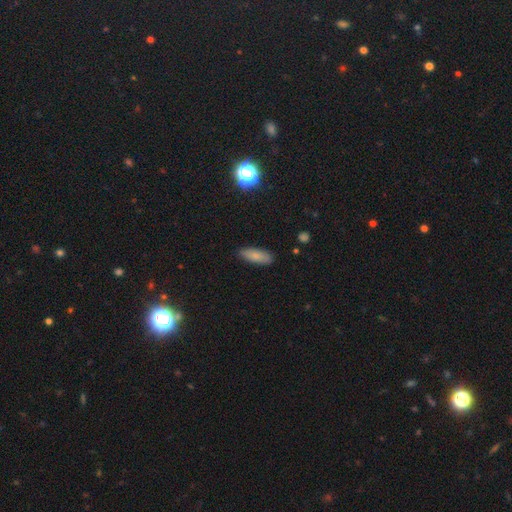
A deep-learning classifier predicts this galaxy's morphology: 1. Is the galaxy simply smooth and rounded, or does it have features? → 83% smooth, 10% featured or disk, 8% star or artifact.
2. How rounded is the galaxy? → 71% in between, 27% cigar-shaped, 2% round.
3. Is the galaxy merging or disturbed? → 84% none, 13% minor disturbance, 2% major disturbance, 1% merger.